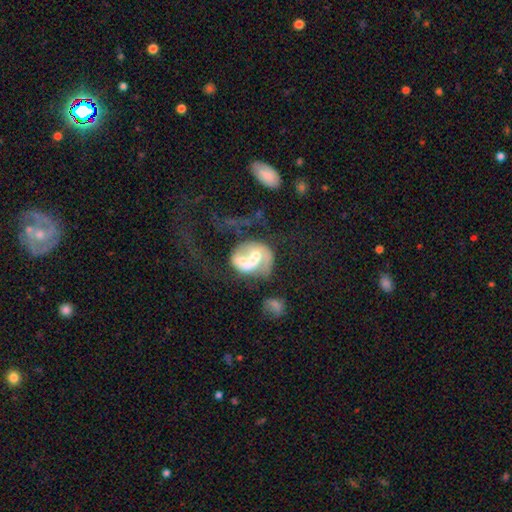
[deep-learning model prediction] Overall: featured or disk (64%; smooth 28%). Edge-on disk: no (98%). Bar: no (63%; weak 27%). Spiral arms: yes (52%; no 48%). Bulge size: moderate (52%; small 20%). Merging: merger (48%; major disturbance 24%).